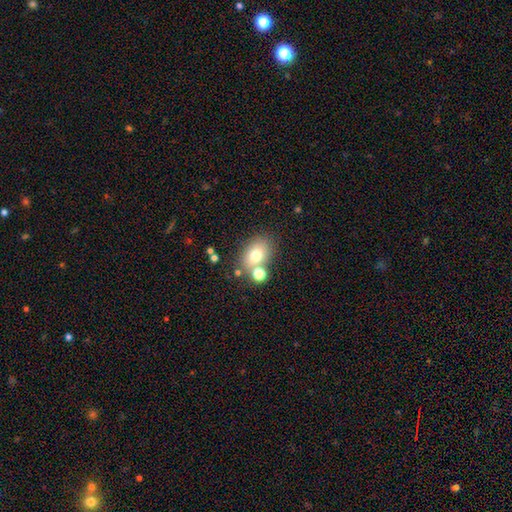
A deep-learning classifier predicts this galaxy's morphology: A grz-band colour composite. It shows a smooth galaxy with no disk features (73%) that is in between round and cigar-shaped (73%). Merging: none (63%).